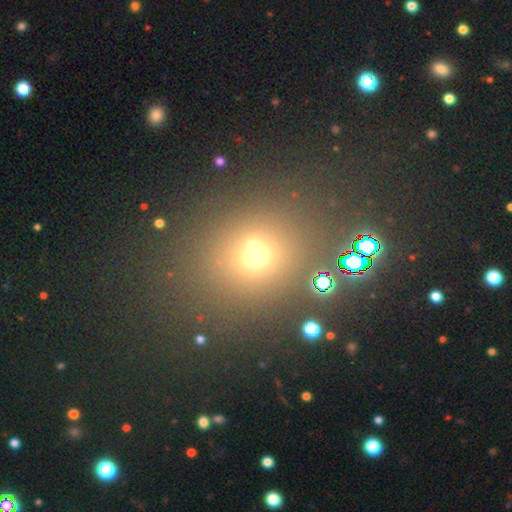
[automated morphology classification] Q: Smooth or featured?
A: smooth (52%); runner-up: star or artifact (36%)
Q: How rounded?
A: round (69%); runner-up: in between (29%)
Q: Merging?
A: none (62%); runner-up: merger (23%)